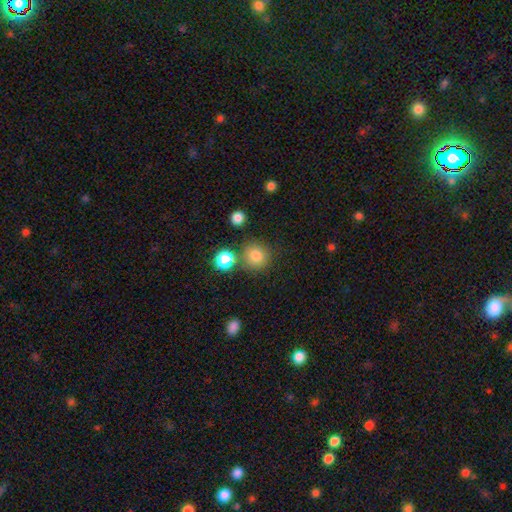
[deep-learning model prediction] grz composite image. It shows a smooth galaxy with no disk features (80%) that is round (89%). Merging: none (75%).